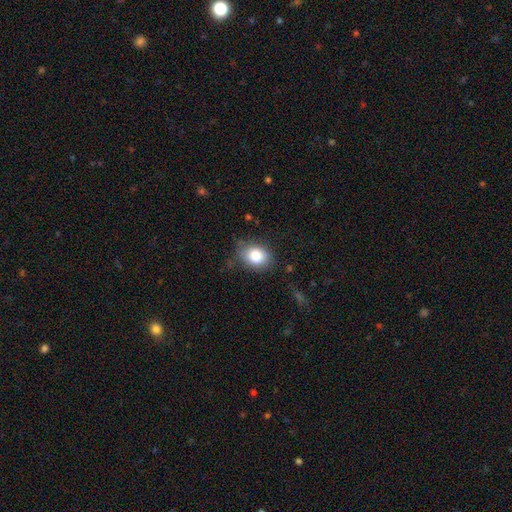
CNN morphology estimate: Q: Smooth or featured?
A: smooth (84%); runner-up: star or artifact (8%)
Q: How rounded?
A: in between (63%); runner-up: round (36%)
Q: Merging?
A: none (70%); runner-up: minor disturbance (22%)